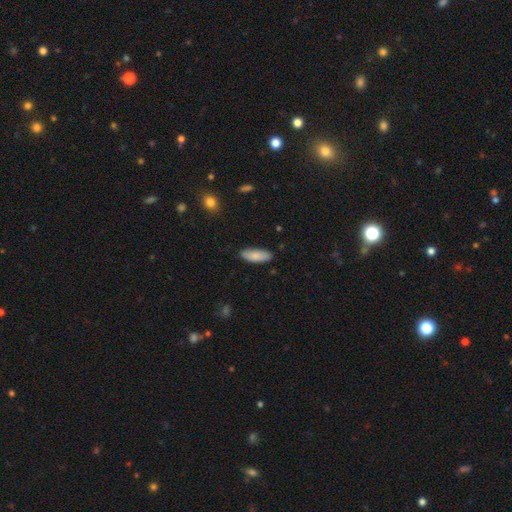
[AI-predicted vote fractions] A smooth galaxy with no disk features (87%) that is in between round and cigar-shaped (71%). Merging: none (87%).